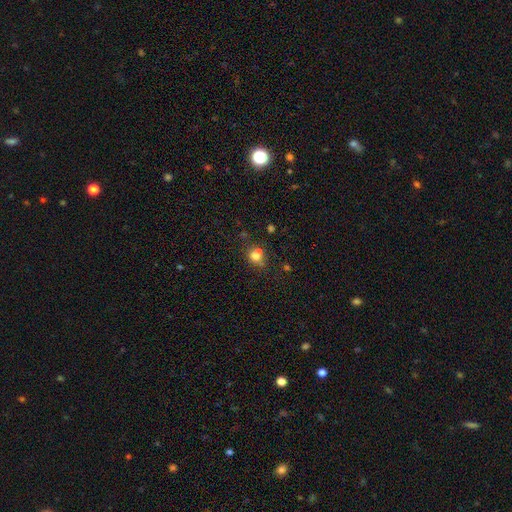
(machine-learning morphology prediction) smooth 76%, star or artifact 14%, featured or disk 10%. Down the decision tree: how rounded — round (75%); merging — none (57%).